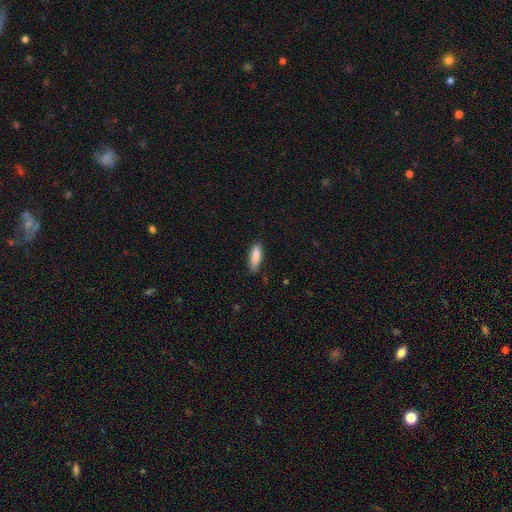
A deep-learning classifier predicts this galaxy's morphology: A smooth galaxy with no disk features (88%) that is in between round and cigar-shaped (55%).

Vote fractions:
- Smooth or featured? smooth: 88% / featured or disk: 6% / star or artifact: 6%
- How rounded? in between: 55% / cigar-shaped: 44% / round: 2%
- Merging? none: 80% / minor disturbance: 17% / major disturbance: 3% / merger: 1%